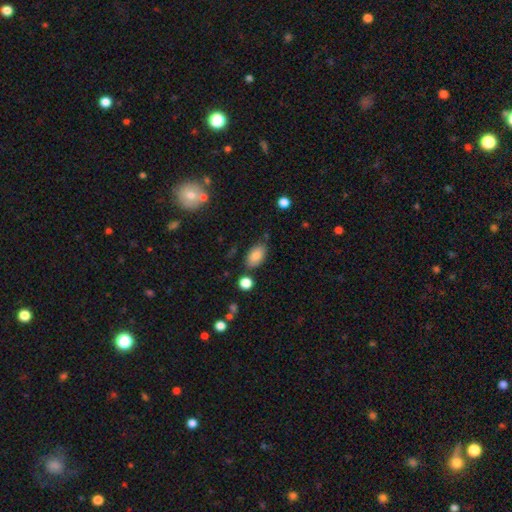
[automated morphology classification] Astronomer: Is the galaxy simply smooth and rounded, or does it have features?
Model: smooth — 83%.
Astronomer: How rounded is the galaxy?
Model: in between — 91%.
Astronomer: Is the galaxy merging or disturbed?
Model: none — 77%.